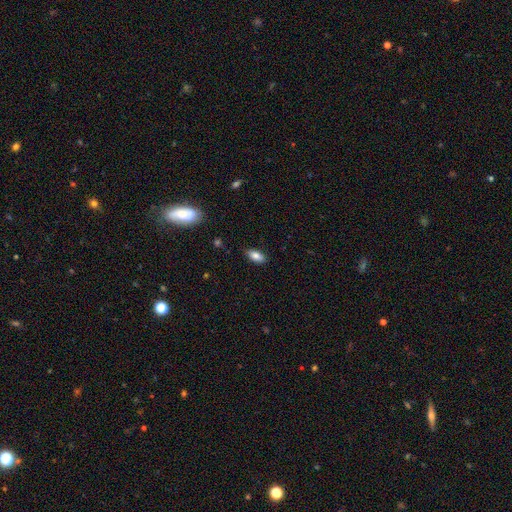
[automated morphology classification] This is clearly a smooth galaxy (83%). How rounded: clearly in between (89%). Merging: clearly none (85%).